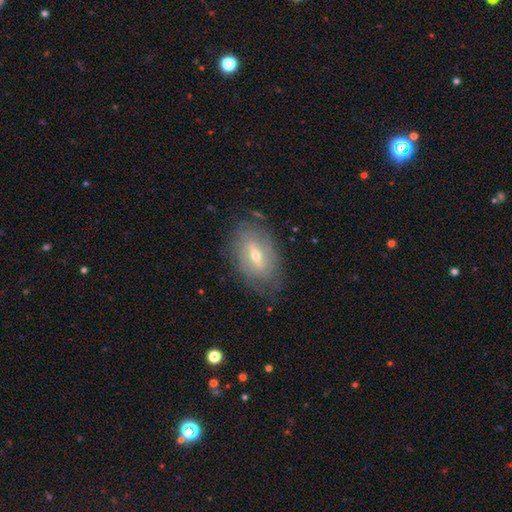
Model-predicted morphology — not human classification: The model was most divided on "spiral arms": yes: 51%, no: 49%. Remaining: edge-on disk — no (82%); merging — none (74%); smooth or featured — featured or disk (65%); bulge size — moderate (57%); bar — weak (47%).